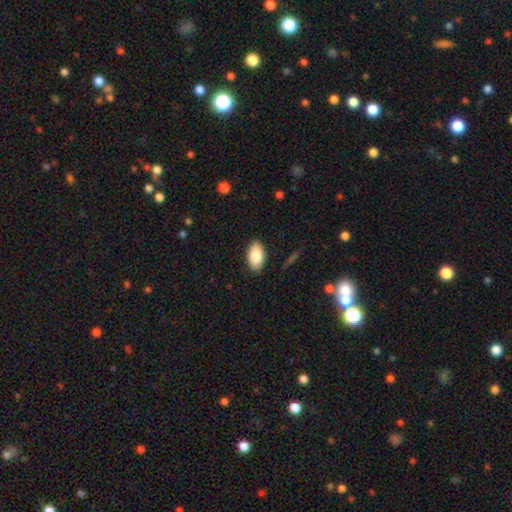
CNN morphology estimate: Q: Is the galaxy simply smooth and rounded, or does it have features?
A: smooth — 86%.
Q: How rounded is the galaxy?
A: in between — 94%.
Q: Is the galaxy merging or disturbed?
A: none — 88%.